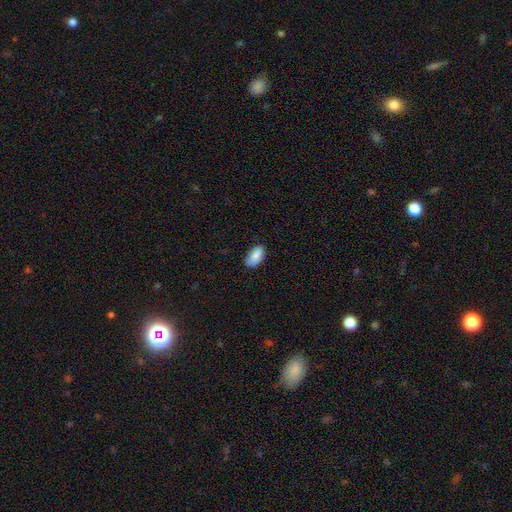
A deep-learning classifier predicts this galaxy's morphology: smooth 88%, star or artifact 7%, featured or disk 6%. Down the decision tree: how rounded — in between (94%); merging — none (80%).